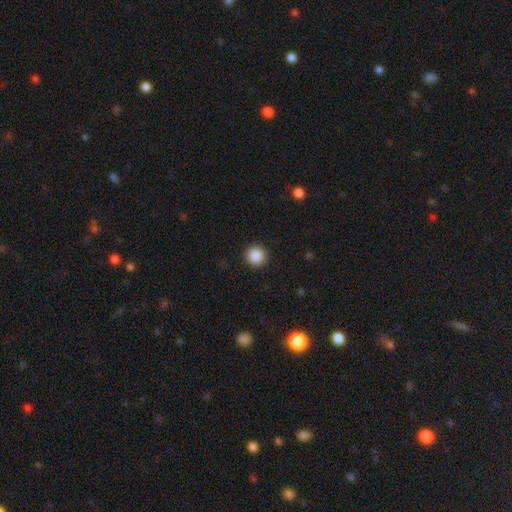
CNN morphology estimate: Smooth or featured?
  - smooth: 88% *
  - star or artifact: 9%
  - featured or disk: 2%
How rounded?
  - round: 95% *
  - in between: 4%
  - cigar-shaped: 1%
Merging?
  - none: 92% *
  - minor disturbance: 5%
  - major disturbance: 2%
  - merger: 1%